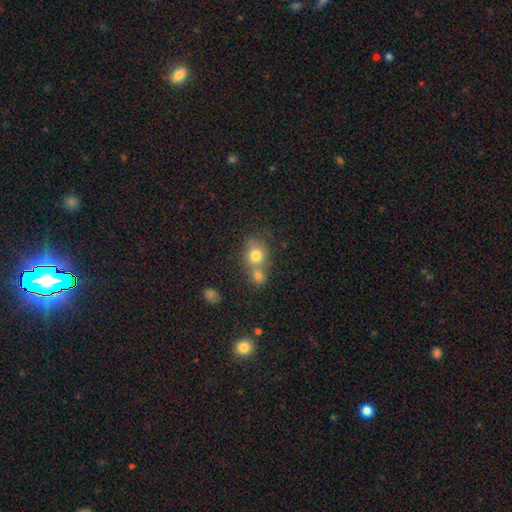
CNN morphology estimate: smooth_or_featured: smooth (p=0.77) [alt: featured or disk p=0.12]
how_rounded: round (p=0.65) [alt: in between p=0.34]
merging: merger (p=0.48) [alt: none p=0.39]